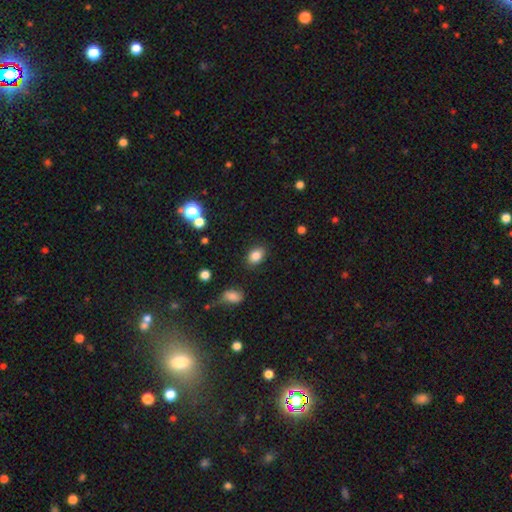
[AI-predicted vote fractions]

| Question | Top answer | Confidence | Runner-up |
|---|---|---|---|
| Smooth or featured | smooth | 84% | star or artifact (10%) |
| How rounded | in between | 77% | round (22%) |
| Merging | none | 85% | minor disturbance (10%) |